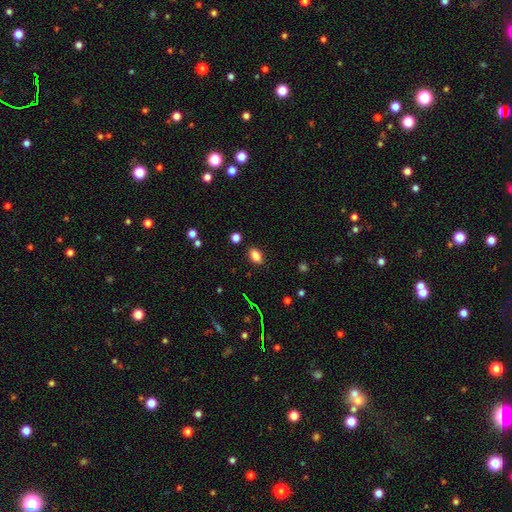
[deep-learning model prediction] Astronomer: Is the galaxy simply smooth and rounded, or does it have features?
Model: smooth — 82%.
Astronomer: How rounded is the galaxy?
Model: in between — 87%.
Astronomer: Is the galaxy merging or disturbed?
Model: none — 87%.